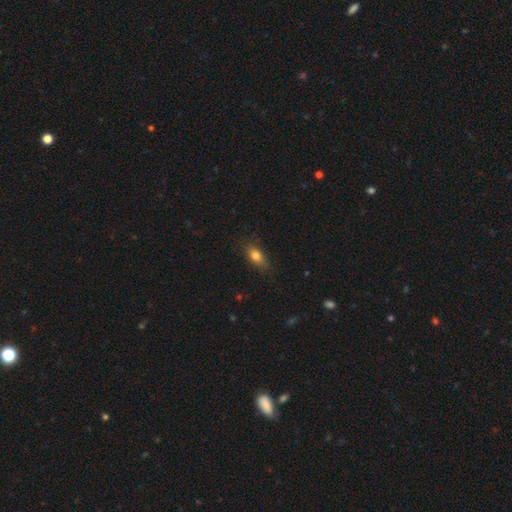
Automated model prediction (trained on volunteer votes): smooth-or-featured: smooth: 79% | featured or disk: 12% | star or artifact: 8%
  how-rounded: in between: 82% | cigar-shaped: 11% | round: 8%
  merging: none: 81% | minor disturbance: 15% | major disturbance: 3% | merger: 1%